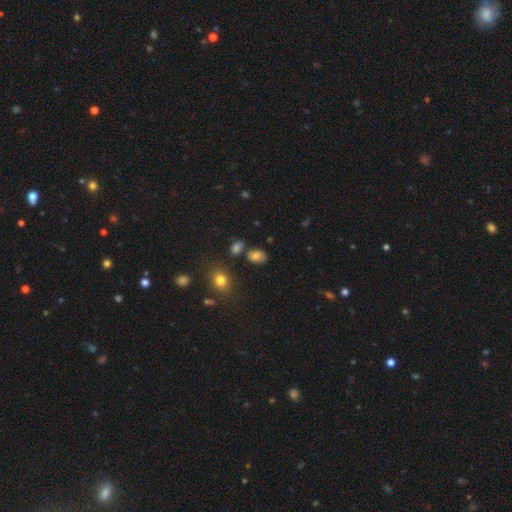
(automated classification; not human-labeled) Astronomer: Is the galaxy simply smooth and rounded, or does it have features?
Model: smooth — 77%.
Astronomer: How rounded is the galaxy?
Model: in between — 72%.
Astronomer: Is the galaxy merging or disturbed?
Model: none — 70%.